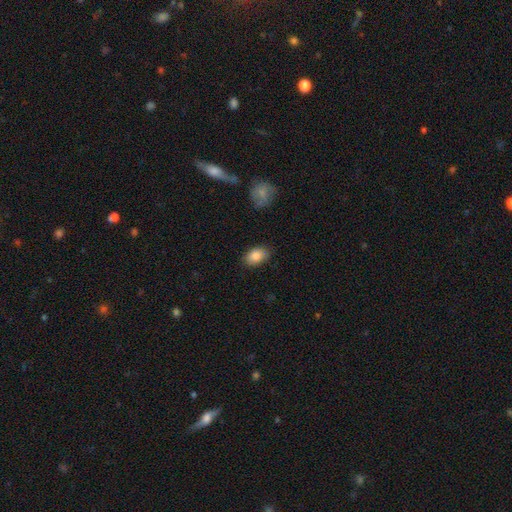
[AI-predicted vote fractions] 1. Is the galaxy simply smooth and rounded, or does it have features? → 85% smooth, 7% star or artifact, 7% featured or disk.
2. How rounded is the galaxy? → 86% in between, 12% round, 1% cigar-shaped.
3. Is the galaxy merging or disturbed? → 84% none, 12% minor disturbance, 3% major disturbance, 1% merger.